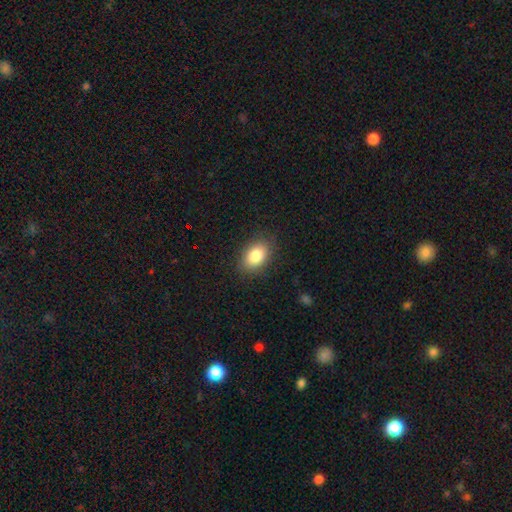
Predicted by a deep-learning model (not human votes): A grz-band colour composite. It shows a smooth galaxy with no disk features (83%) that is in between round and cigar-shaped (83%). Merging: none (86%).